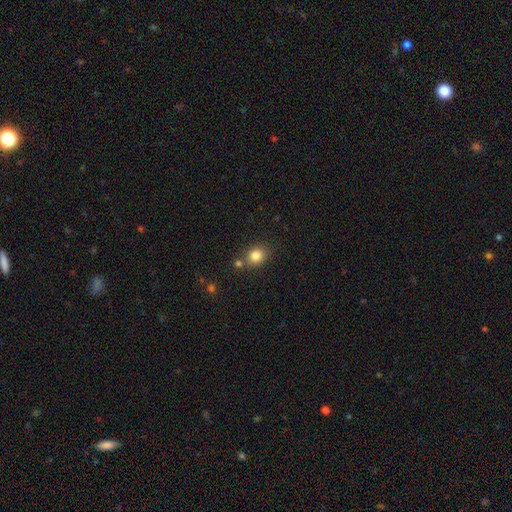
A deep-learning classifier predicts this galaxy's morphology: type=smooth (82%); roundness=round (67%); merging=none (71%).